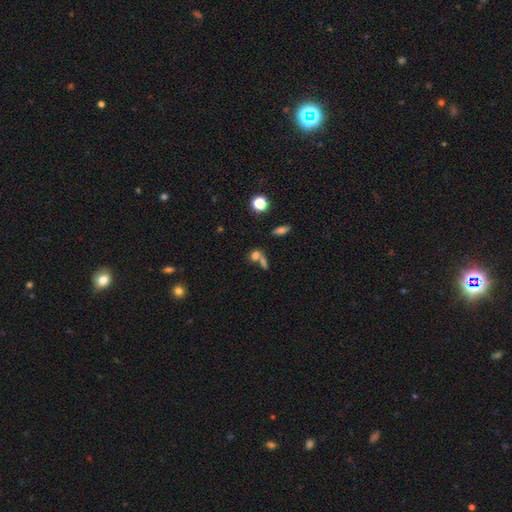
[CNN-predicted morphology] This appears to be a smooth galaxy with no disk features (46%). Merging: none (55%).